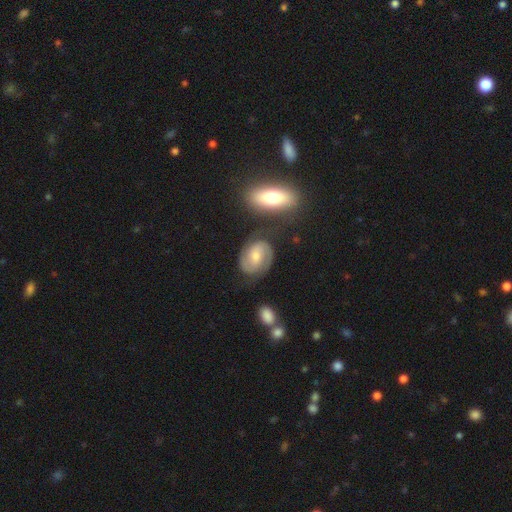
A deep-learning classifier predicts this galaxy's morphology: Smooth or featured: featured or disk — 70% (smooth — 23%)
Edge-on disk: no — 97% (yes — 3%)
Bar: no — 46% (weak — 43%)
Spiral arms: yes — 93% (no — 7%)
Spiral winding: medium — 45% (tight — 43%)
Spiral arm count: 2 — 87% (can't tell — 7%)
Bulge size: moderate — 50% (small — 41%)
Merging: none — 71% (minor disturbance — 16%)